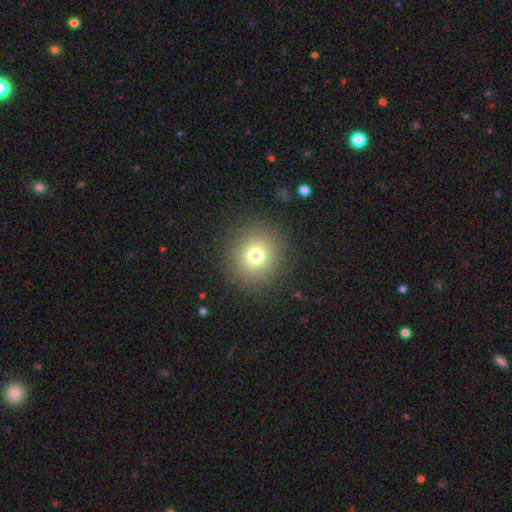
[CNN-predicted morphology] Smooth or featured?
  - smooth: 75% *
  - star or artifact: 15%
  - featured or disk: 10%
How rounded?
  - round: 91% *
  - in between: 8%
  - cigar-shaped: 1%
Merging?
  - none: 89% *
  - minor disturbance: 6%
  - major disturbance: 4%
  - merger: 1%